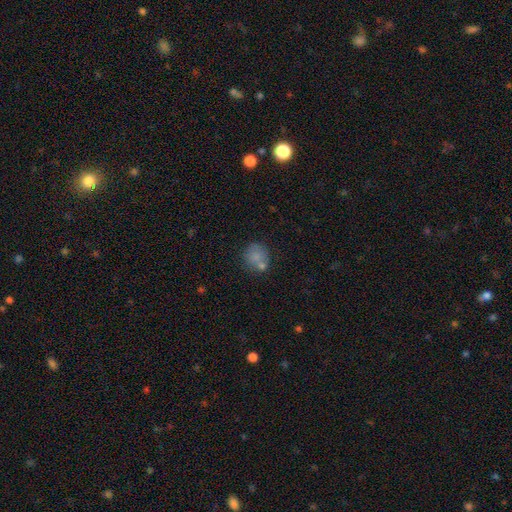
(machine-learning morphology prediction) Overall: smooth (76%). How rounded: round (79%). Merging: none (54%; merger 26%).